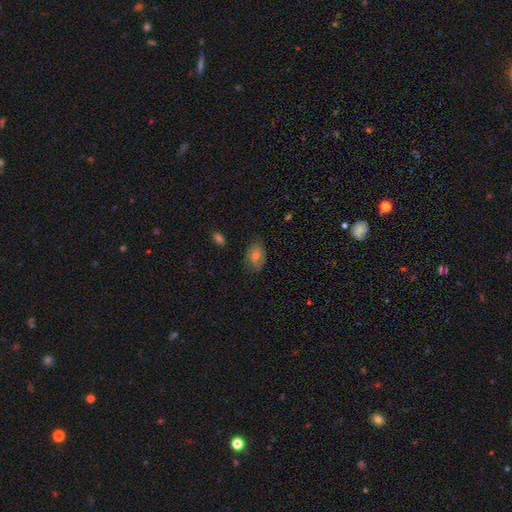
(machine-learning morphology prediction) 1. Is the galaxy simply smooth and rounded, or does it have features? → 53% smooth, 36% featured or disk, 12% star or artifact.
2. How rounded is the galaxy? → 81% in between, 18% round, 2% cigar-shaped.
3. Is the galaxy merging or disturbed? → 75% none, 19% minor disturbance, 5% major disturbance, 1% merger.